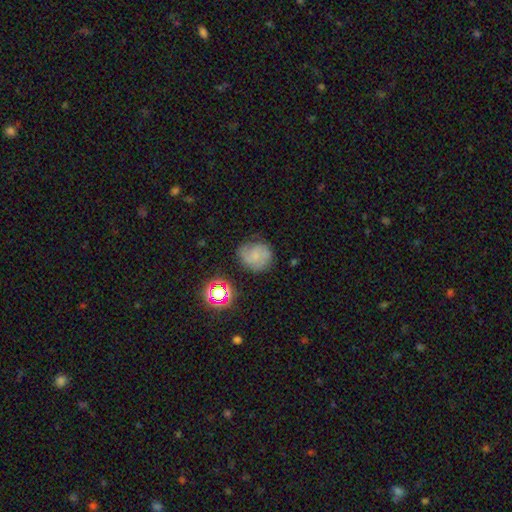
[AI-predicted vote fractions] The model was most divided on "smooth or featured": smooth: 46%, featured or disk: 40%, star or artifact: 14%. More confident: merging — none (67%).